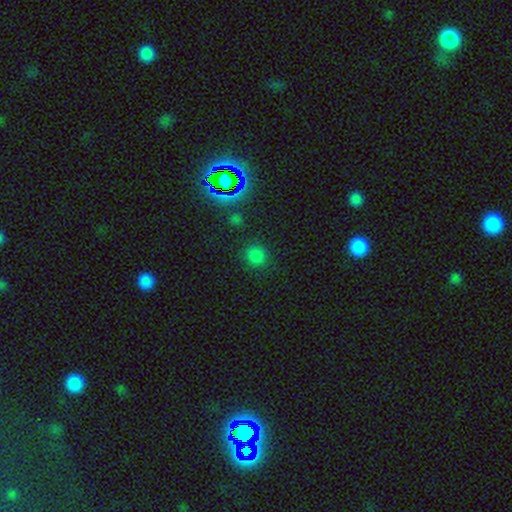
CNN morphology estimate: smooth-or-featured: smooth: 73% | star or artifact: 23% | featured or disk: 4%
  how-rounded: round: 88% | in between: 11% | cigar-shaped: 1%
  merging: none: 87% | minor disturbance: 8% | major disturbance: 3% | merger: 2%